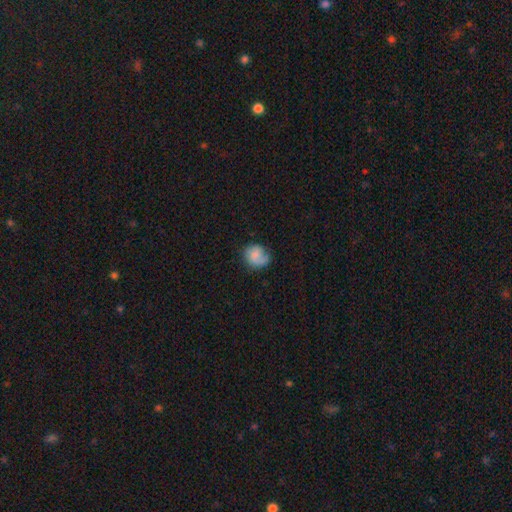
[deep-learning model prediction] smooth 63%, featured or disk 29%, star or artifact 8%. Down the decision tree: how rounded — round (73%); merging — none (57%).